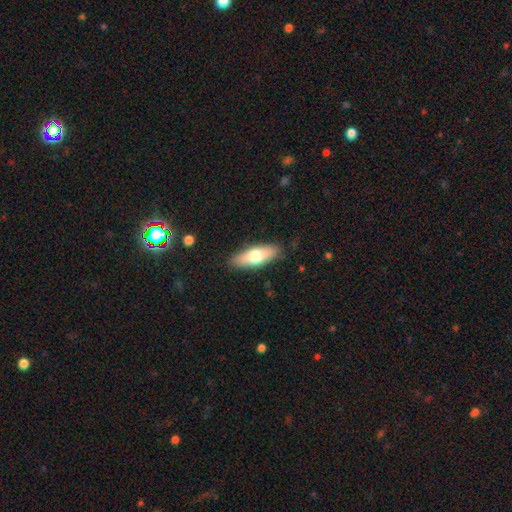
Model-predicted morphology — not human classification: The model was most divided on "how rounded": in between: 66%, cigar-shaped: 31%, round: 3%. More confident: merging — none (86%); smooth or featured — smooth (67%).